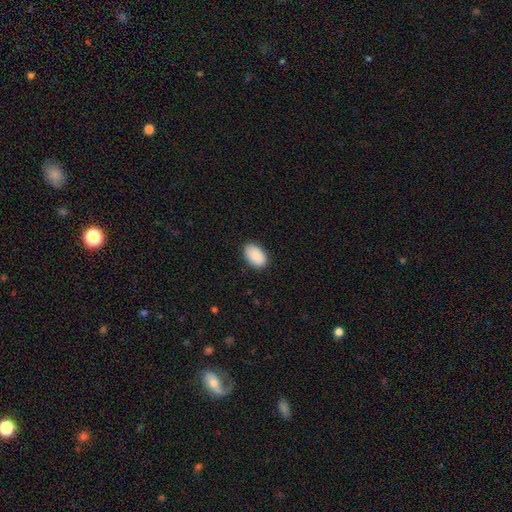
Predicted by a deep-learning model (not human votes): The model was most divided on "merging": none: 87%, minor disturbance: 10%, major disturbance: 2%, merger: 1%. More confident: how rounded — in between (91%); smooth or featured — smooth (88%).